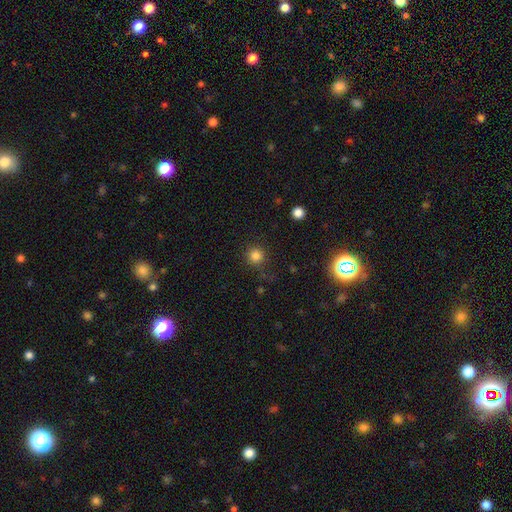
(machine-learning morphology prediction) smooth 83%, star or artifact 13%, featured or disk 4%. Down the decision tree: how rounded — round (94%); merging — none (86%).